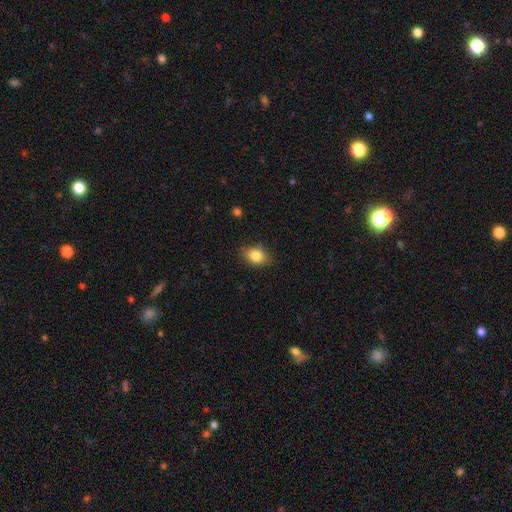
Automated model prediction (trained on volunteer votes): Morphology: type=smooth (83%); roundness=in between (75%); merging=none (79%).